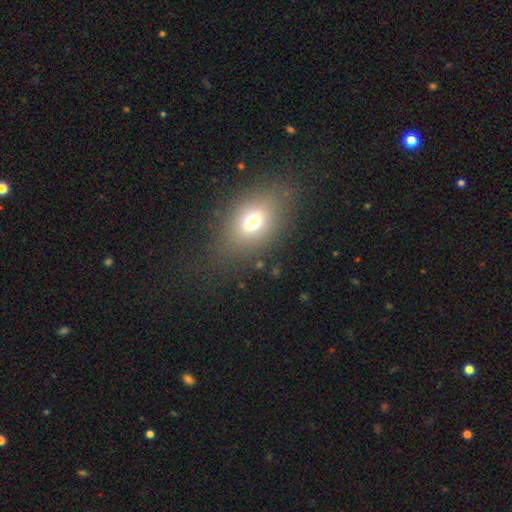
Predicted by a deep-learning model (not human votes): Overall: smooth (66%). How rounded: in between (73%). Merging: none (80%).